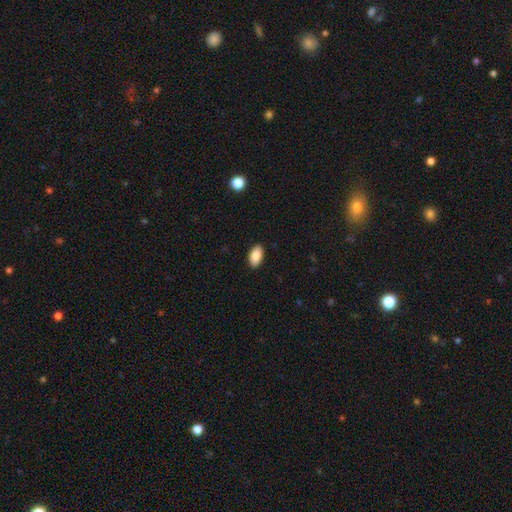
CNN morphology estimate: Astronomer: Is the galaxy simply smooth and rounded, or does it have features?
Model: smooth — 87%.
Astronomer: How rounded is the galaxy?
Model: in between — 94%.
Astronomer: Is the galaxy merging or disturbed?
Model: none — 90%.